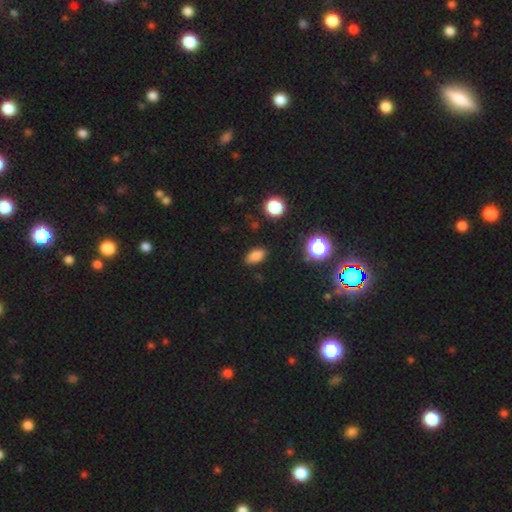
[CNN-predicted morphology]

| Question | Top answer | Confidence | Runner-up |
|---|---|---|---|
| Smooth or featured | smooth | 82% | star or artifact (13%) |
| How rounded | in between | 85% | round (10%) |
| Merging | none | 86% | minor disturbance (10%) |